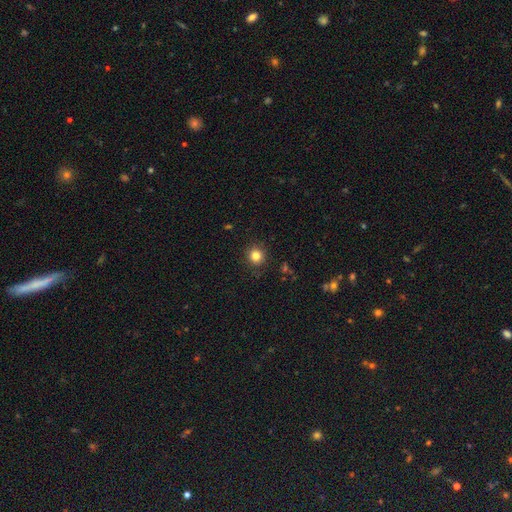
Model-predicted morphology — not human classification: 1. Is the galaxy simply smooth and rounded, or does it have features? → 82% smooth, 12% star or artifact, 5% featured or disk.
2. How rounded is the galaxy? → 93% round, 6% in between, 1% cigar-shaped.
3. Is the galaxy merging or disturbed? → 89% none, 7% minor disturbance, 2% major disturbance, 1% merger.